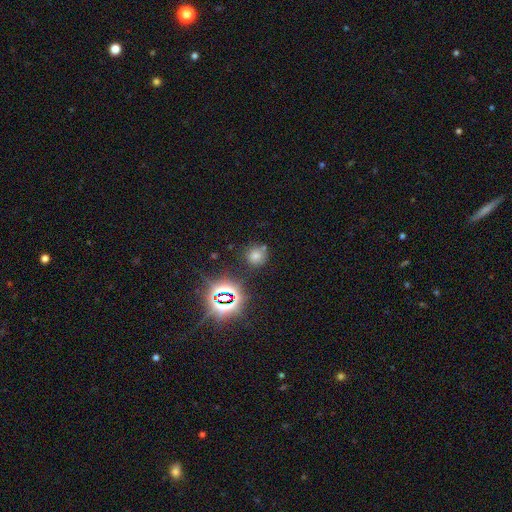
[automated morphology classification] The model was most divided on "smooth or featured": smooth: 52%, star or artifact: 38%, featured or disk: 9%. More confident: how rounded — round (90%); merging — none (78%).